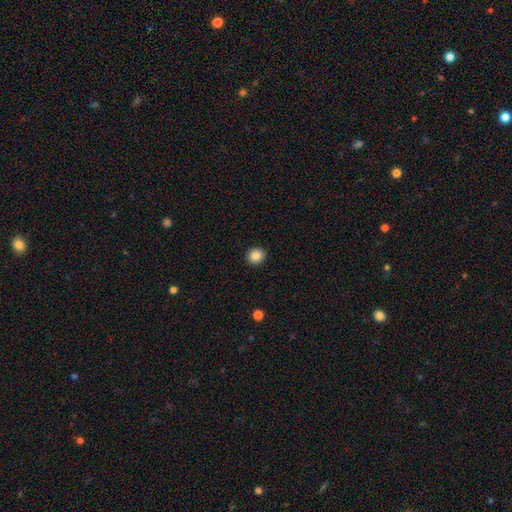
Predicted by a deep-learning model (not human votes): This appears to be a smooth galaxy with no disk features (85%) that is round (84%). Merging: none (92%).